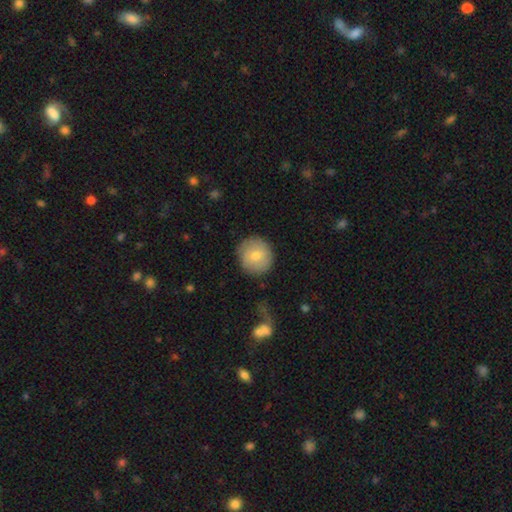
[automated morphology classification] Overall: smooth (70%). How rounded: round (93%). Merging: none (82%).